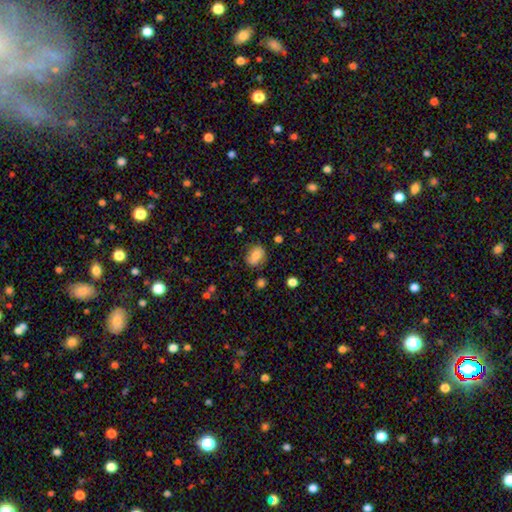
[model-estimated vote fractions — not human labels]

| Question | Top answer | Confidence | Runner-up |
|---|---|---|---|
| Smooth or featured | smooth | 80% | featured or disk (12%) |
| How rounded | in between | 68% | round (31%) |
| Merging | none | 72% | minor disturbance (20%) |